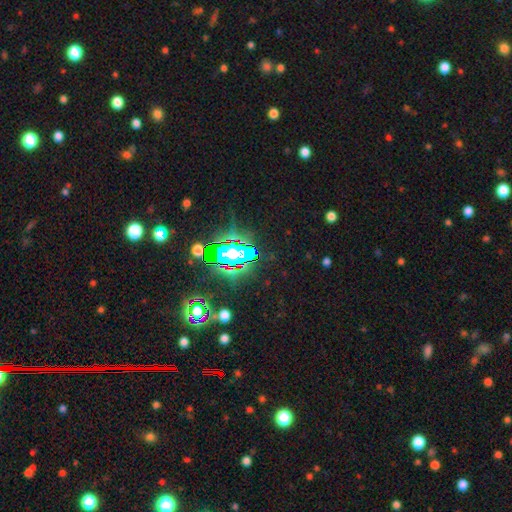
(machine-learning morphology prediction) smooth-or-featured: star or artifact: 73% | smooth: 15% | featured or disk: 12%